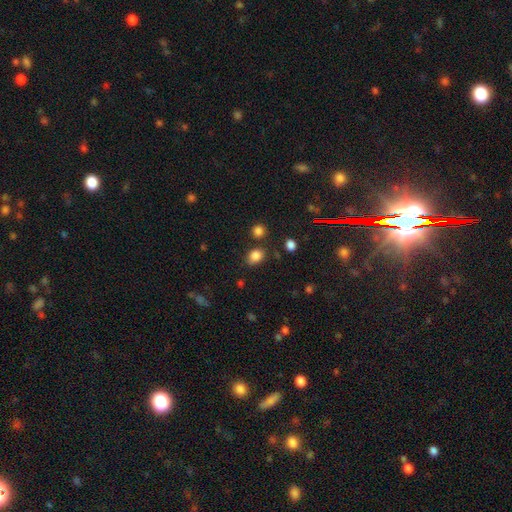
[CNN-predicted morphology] Smooth or featured?
  - smooth: 83% *
  - star or artifact: 12%
  - featured or disk: 5%
How rounded?
  - in between: 62% *
  - round: 37%
  - cigar-shaped: 1%
Merging?
  - none: 76% *
  - minor disturbance: 13%
  - merger: 7%
  - major disturbance: 4%